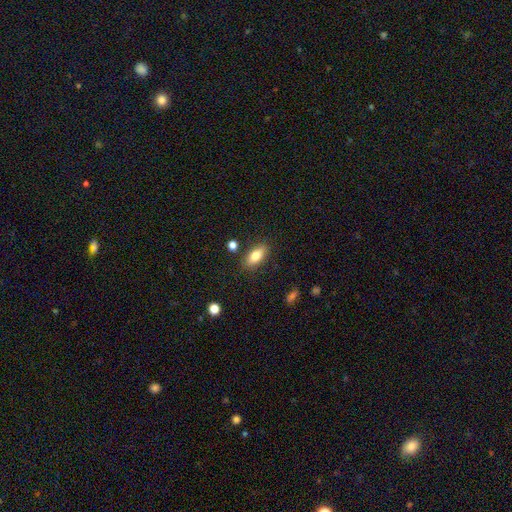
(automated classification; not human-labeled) smooth_or_featured: smooth (p=0.77) [alt: featured or disk p=0.16]
how_rounded: in between (p=0.81) [alt: cigar-shaped p=0.15]
merging: none (p=0.84) [alt: minor disturbance p=0.11]